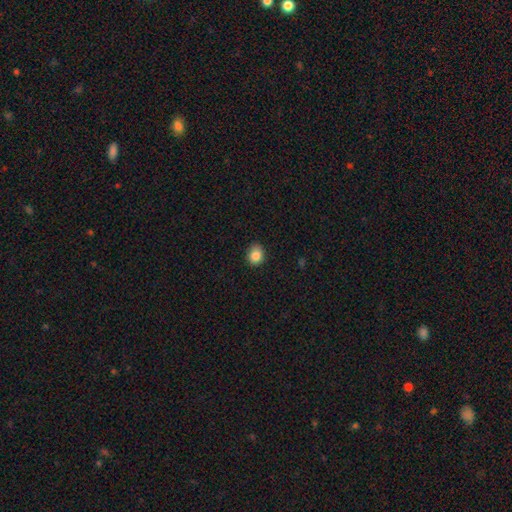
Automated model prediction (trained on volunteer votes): Morphology: type=smooth (85%); roundness=round (67%); merging=none (83%).